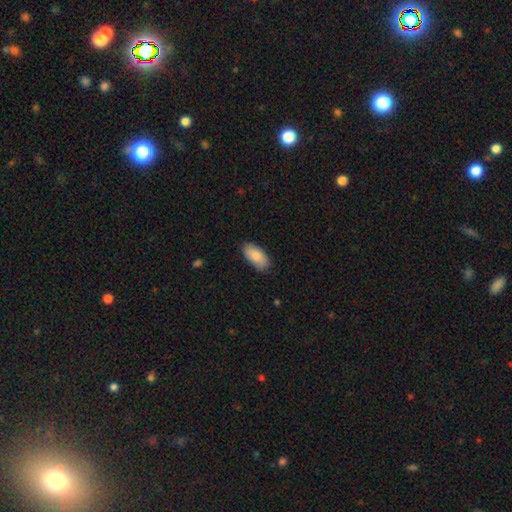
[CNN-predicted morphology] Q: Smooth or featured?
A: smooth (85%); runner-up: featured or disk (9%)
Q: How rounded?
A: in between (93%); runner-up: cigar-shaped (5%)
Q: Merging?
A: none (85%); runner-up: minor disturbance (12%)